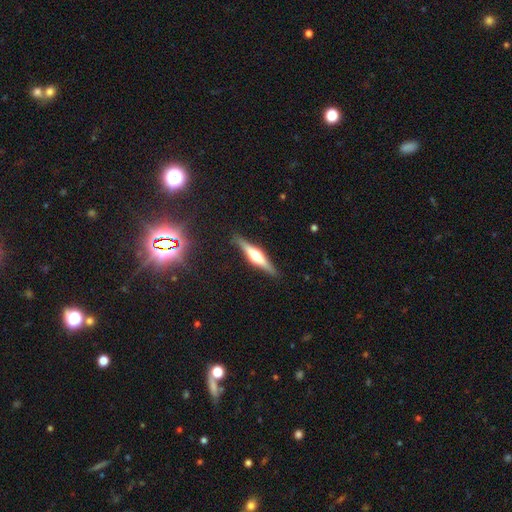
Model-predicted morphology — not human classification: featured or disk 74%, smooth 20%, star or artifact 6%. Down the decision tree: edge-on disk — yes (98%); edge-on bulge — rounded (93%); merging — none (90%).